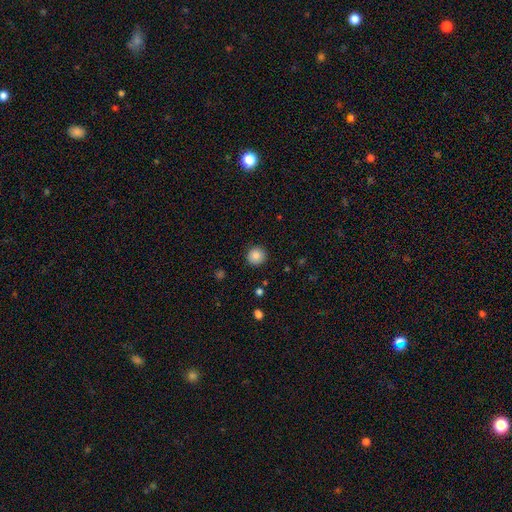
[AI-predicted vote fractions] smooth 86%, star or artifact 9%, featured or disk 4%. Down the decision tree: how rounded — round (95%); merging — none (91%).